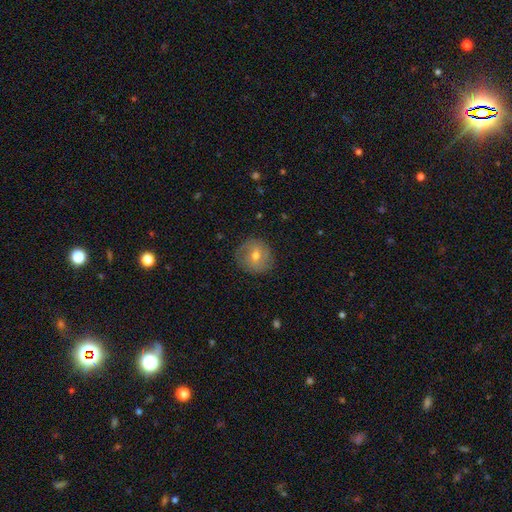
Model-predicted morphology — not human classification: featured or disk 48%, smooth 43%, star or artifact 9%. Down the decision tree: merging — none (82%).